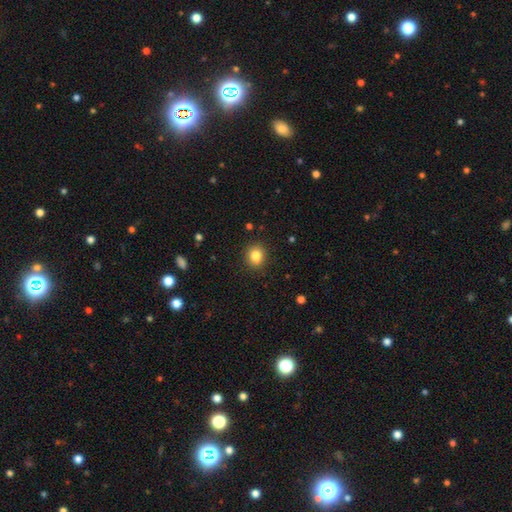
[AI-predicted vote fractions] Smooth or featured: smooth — 83% (star or artifact — 11%)
How rounded: round — 74% (in between — 25%)
Merging: none — 89% (minor disturbance — 7%)